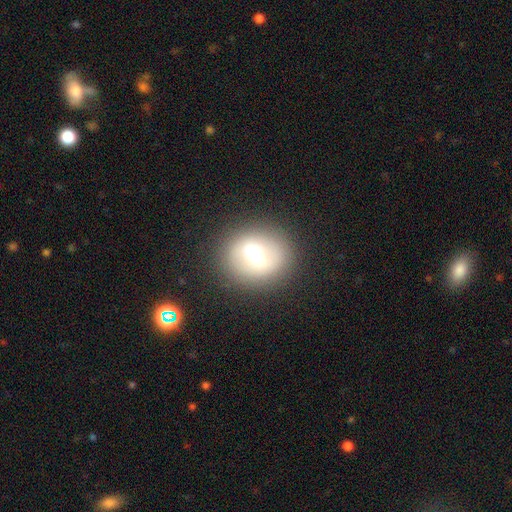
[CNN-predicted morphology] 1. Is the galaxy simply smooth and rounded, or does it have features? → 50% smooth, 39% featured or disk, 11% star or artifact.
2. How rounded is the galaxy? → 71% round, 27% in between, 2% cigar-shaped.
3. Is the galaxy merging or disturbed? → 83% none, 10% minor disturbance, 5% major disturbance, 2% merger.